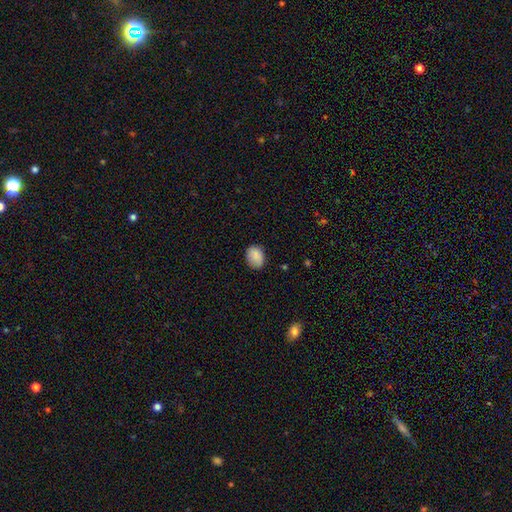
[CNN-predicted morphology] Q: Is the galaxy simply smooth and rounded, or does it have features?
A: smooth — 87%.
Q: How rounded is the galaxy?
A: in between — 66%.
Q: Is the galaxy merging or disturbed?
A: none — 75%.